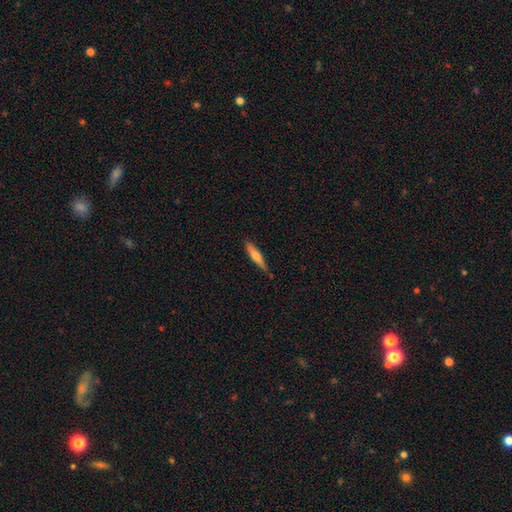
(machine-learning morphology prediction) smooth-or-featured: smooth: 61% | featured or disk: 34% | star or artifact: 6%
  how-rounded: cigar-shaped: 86% | in between: 12% | round: 2%
  merging: none: 78% | minor disturbance: 17% | major disturbance: 3% | merger: 2%